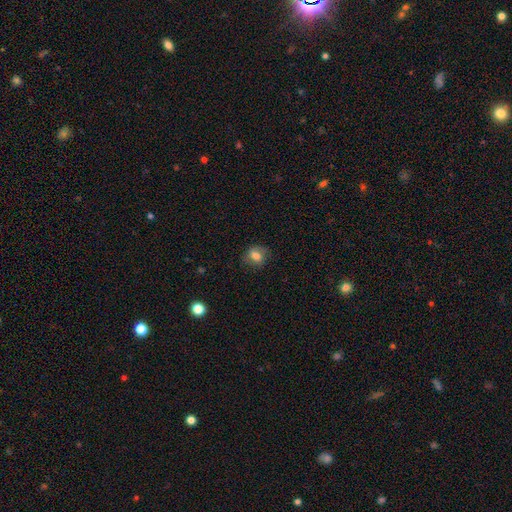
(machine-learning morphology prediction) smooth-or-featured: smooth: 72% | featured or disk: 18% | star or artifact: 10%
  how-rounded: round: 58% | in between: 41% | cigar-shaped: 1%
  merging: none: 76% | minor disturbance: 18% | major disturbance: 6% | merger: 1%